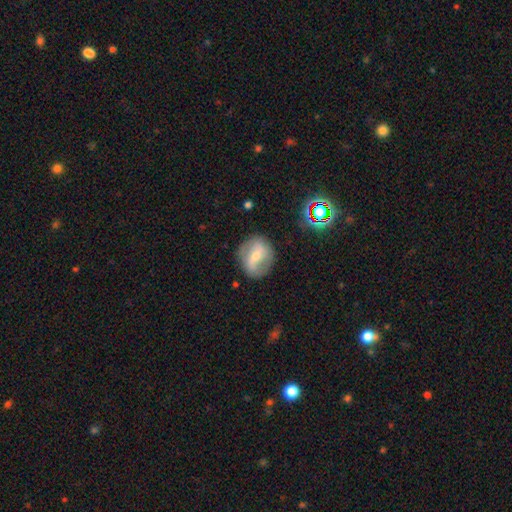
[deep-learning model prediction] smooth_or_featured: featured or disk (p=0.56) [alt: smooth p=0.34]
disk_edge_on: no (p=0.93) [alt: yes p=0.07]
bar: strong (p=0.42) [alt: weak p=0.34]
has_spiral_arms: yes (p=0.61) [alt: no p=0.39]
bulge_size: small (p=0.51) [alt: moderate p=0.44]
merging: none (p=0.78) [alt: minor disturbance p=0.15]